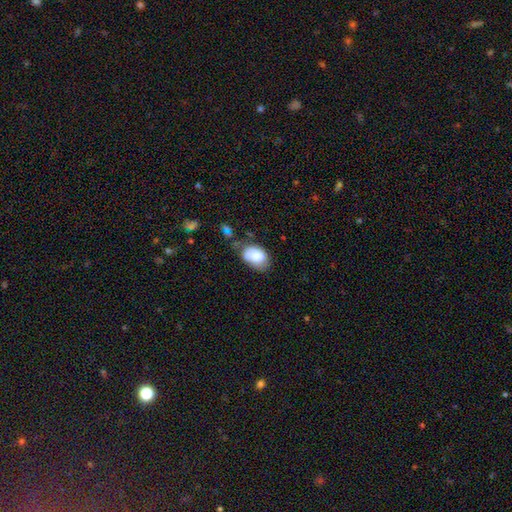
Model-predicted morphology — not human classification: Overall: smooth (71%). How rounded: in between (86%). Merging: none (42%; minor disturbance 34%).